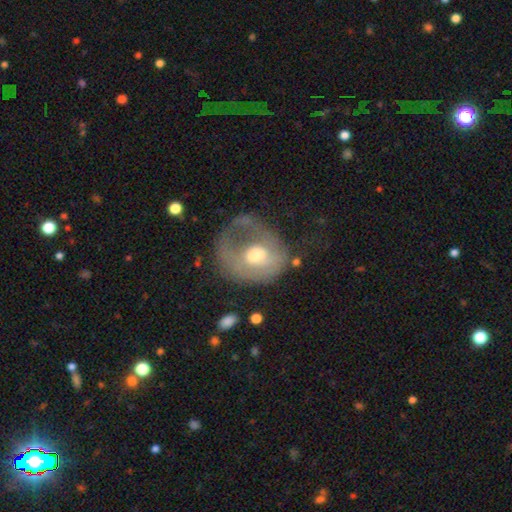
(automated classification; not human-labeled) Smooth or featured?
  - featured or disk: 56% *
  - smooth: 36%
  - star or artifact: 8%
Edge-on disk?
  - no: 96% *
  - yes: 4%
Bar?
  - no: 65% *
  - weak: 29%
  - strong: 6%
Spiral arms?
  - no: 57% *
  - yes: 43%
Bulge size?
  - moderate: 63% *
  - small: 21%
  - large: 12%
  - none: 2%
  - dominant: 1%
Merging?
  - major disturbance: 49% *
  - none: 26%
  - minor disturbance: 21%
  - merger: 4%